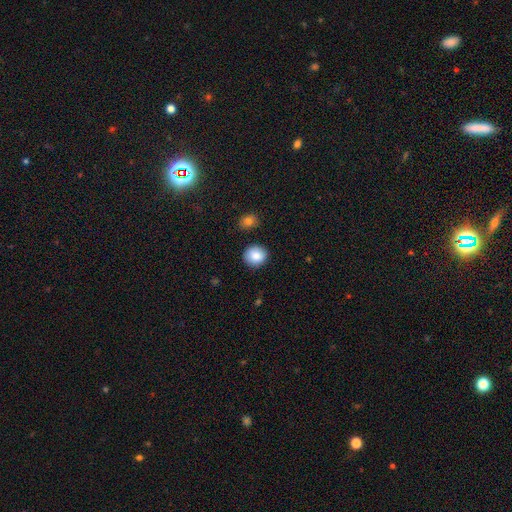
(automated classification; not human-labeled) A smooth galaxy with no disk features (87%) that is round (85%).

Vote fractions:
- Smooth or featured? smooth: 87% / star or artifact: 8% / featured or disk: 5%
- How rounded? round: 85% / in between: 14% / cigar-shaped: 1%
- Merging? none: 88% / minor disturbance: 8% / merger: 2% / major disturbance: 2%